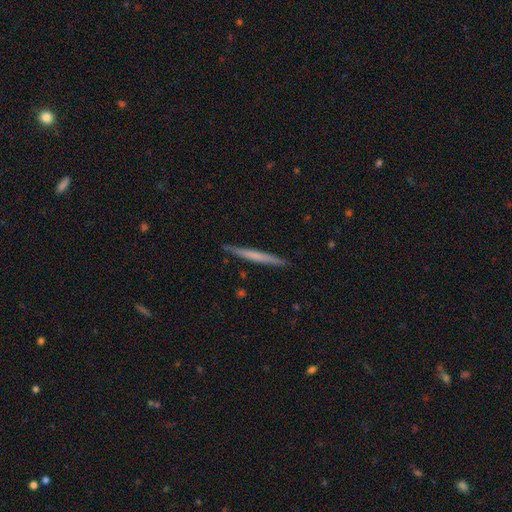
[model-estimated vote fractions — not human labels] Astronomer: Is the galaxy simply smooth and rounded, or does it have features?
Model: smooth — 52% (runner-up: featured or disk, 43%).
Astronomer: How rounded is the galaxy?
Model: cigar-shaped — 97%.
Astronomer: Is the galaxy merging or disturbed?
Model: none — 91%.